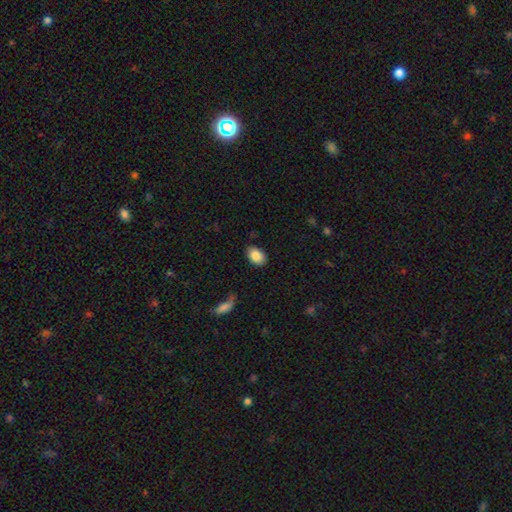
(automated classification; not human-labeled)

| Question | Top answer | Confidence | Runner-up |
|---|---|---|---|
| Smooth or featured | smooth | 86% | featured or disk (7%) |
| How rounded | in between | 89% | round (9%) |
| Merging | none | 83% | minor disturbance (12%) |